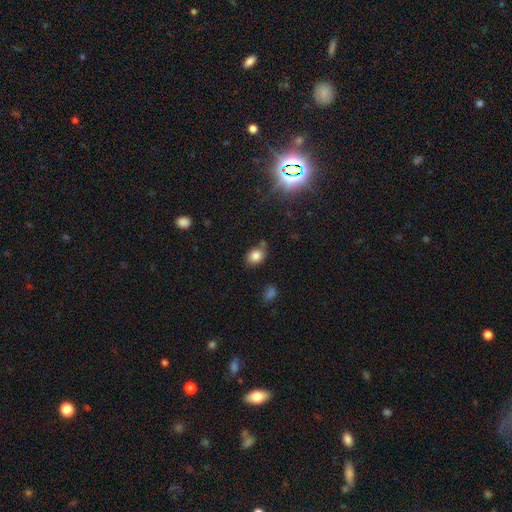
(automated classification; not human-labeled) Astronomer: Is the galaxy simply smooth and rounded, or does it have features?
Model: smooth — 82%.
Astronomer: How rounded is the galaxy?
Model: in between — 56% (runner-up: round, 43%).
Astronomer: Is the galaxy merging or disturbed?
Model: none — 63%.